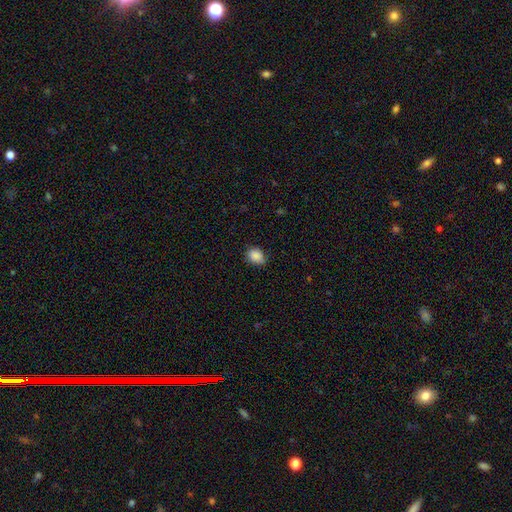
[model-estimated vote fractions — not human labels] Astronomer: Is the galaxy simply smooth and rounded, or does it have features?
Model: smooth — 88%.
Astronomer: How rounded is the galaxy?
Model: in between — 53% (runner-up: round, 46%).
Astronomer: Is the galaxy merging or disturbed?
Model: none — 72%.